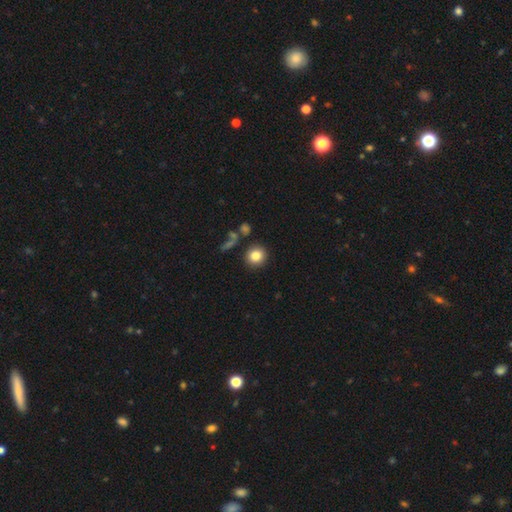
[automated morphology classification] Smooth or featured?
  - smooth: 83% *
  - star or artifact: 10%
  - featured or disk: 7%
How rounded?
  - round: 90% *
  - in between: 9%
  - cigar-shaped: 1%
Merging?
  - none: 84% *
  - minor disturbance: 8%
  - merger: 5%
  - major disturbance: 3%